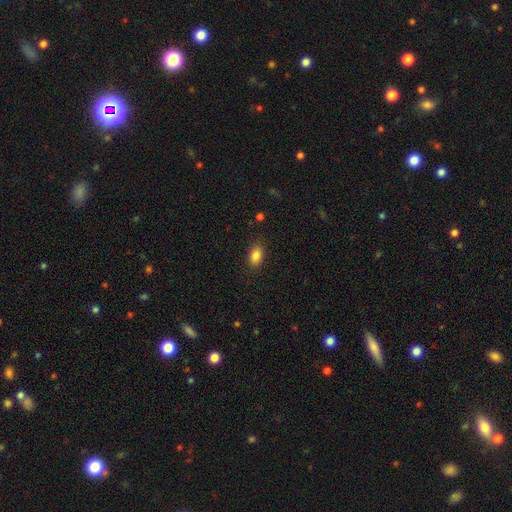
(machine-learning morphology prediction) This is clearly a smooth galaxy (86%). How rounded: clearly in between (88%). Merging: clearly none (87%).